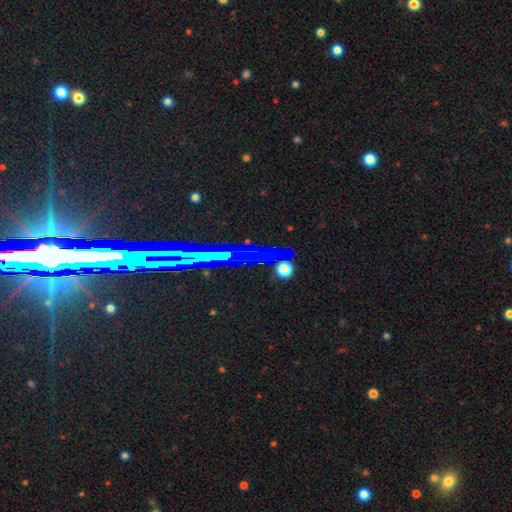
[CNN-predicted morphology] A star or artifact, not a galaxy (62%).

Vote fractions:
- Smooth or featured? star or artifact: 62% / featured or disk: 20% / smooth: 19%